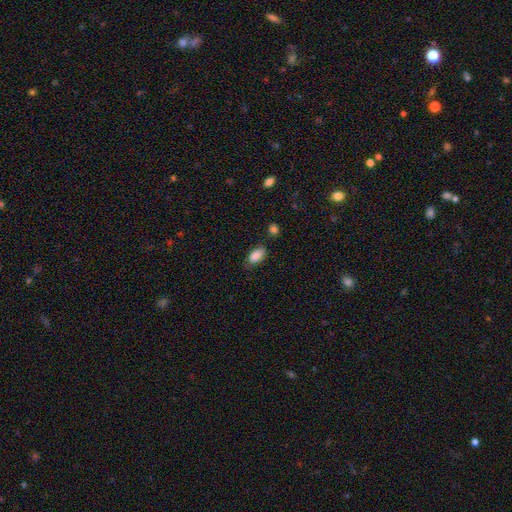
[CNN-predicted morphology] Smooth or featured? Predicted: smooth (p=0.88). How rounded? Predicted: in between (p=0.93). Merging? Predicted: none (p=0.70).